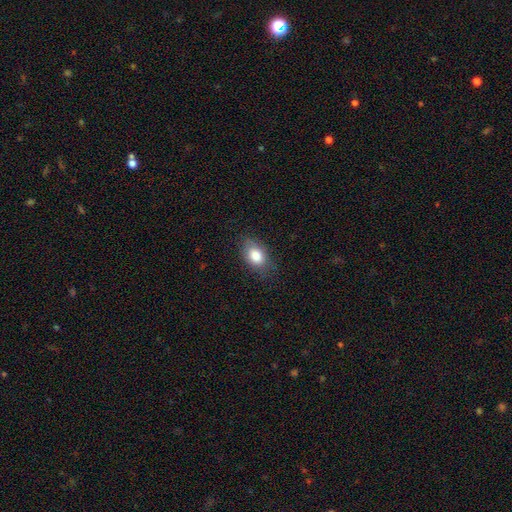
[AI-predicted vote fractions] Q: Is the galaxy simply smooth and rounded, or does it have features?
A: smooth — 82%.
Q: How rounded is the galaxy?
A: in between — 85%.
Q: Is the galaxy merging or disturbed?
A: none — 76%.